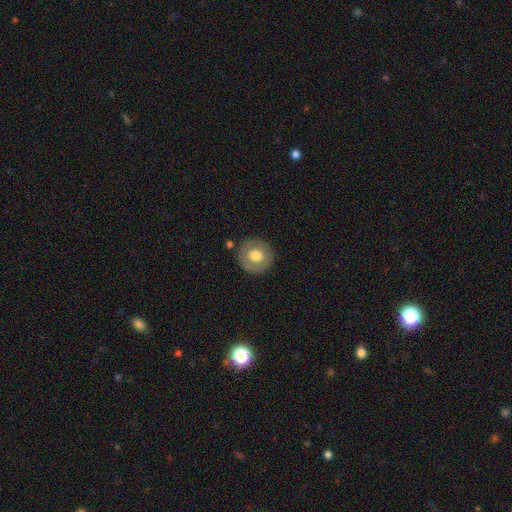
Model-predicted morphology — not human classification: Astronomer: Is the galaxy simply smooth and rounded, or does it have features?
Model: smooth — 67%.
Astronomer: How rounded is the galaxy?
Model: round — 93%.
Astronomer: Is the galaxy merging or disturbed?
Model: none — 87%.